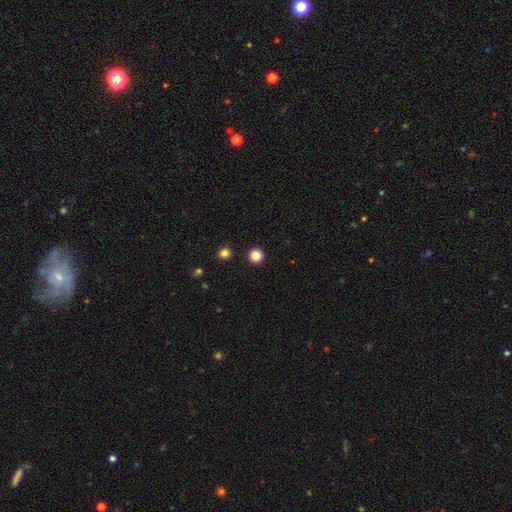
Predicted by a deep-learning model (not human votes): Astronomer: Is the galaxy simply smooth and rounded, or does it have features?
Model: smooth — 85%.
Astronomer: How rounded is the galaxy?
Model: round — 96%.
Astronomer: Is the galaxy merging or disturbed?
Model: none — 94%.